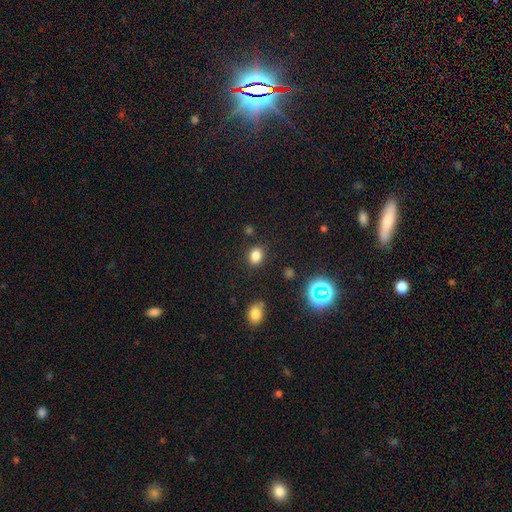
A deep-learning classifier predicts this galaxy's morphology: A smooth galaxy with no disk features (80%) that is in between round and cigar-shaped (54%). Merging: none (84%).